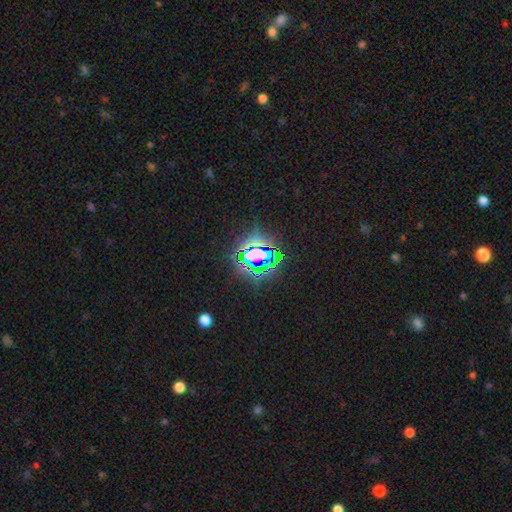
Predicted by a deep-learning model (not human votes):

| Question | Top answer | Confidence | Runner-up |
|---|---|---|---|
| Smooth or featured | star or artifact | 76% | smooth (13%) |